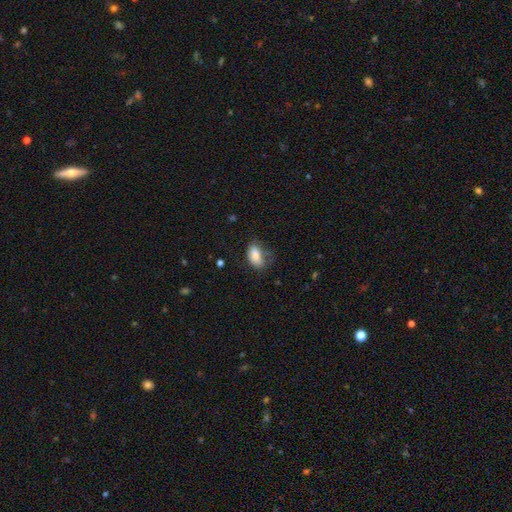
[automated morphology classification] type=smooth (79%); roundness=in between (91%); merging=none (50%).